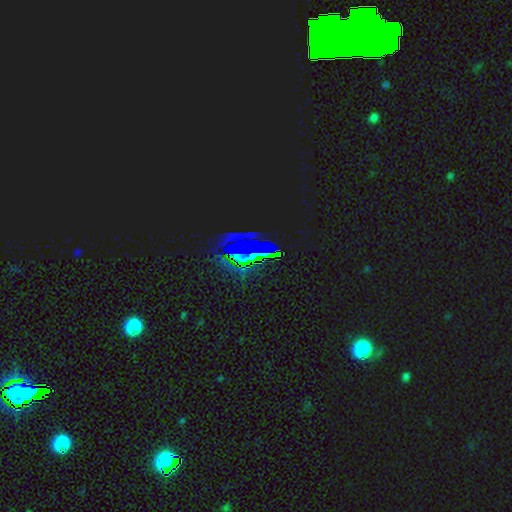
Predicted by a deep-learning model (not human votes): This appears to be a star or artifact, not a galaxy (76%).